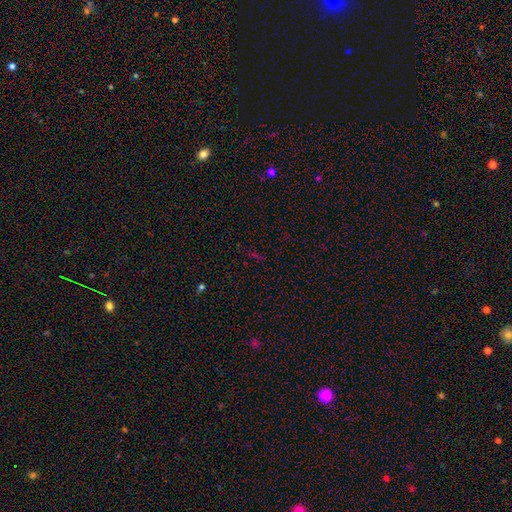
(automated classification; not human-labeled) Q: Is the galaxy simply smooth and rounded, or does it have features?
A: star or artifact — 65%.